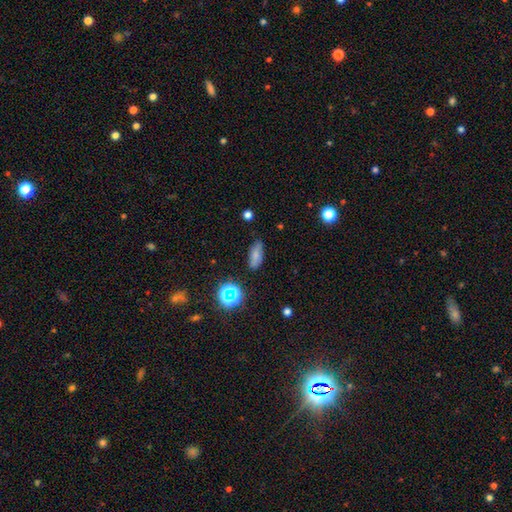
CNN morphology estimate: Smooth or featured? smooth (72%)
How rounded? in between (81%)
Merging? none (76%)